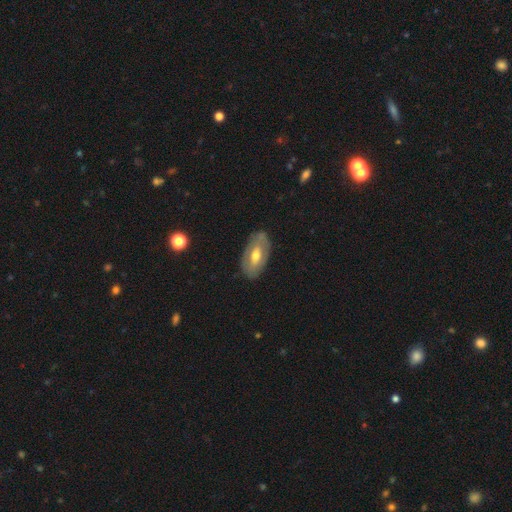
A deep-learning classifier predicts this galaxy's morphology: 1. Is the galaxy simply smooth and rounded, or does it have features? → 52% featured or disk, 42% smooth, 5% star or artifact.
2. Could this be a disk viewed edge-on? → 87% no, 13% yes.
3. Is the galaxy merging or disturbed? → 80% none, 15% minor disturbance, 4% major disturbance, 2% merger.